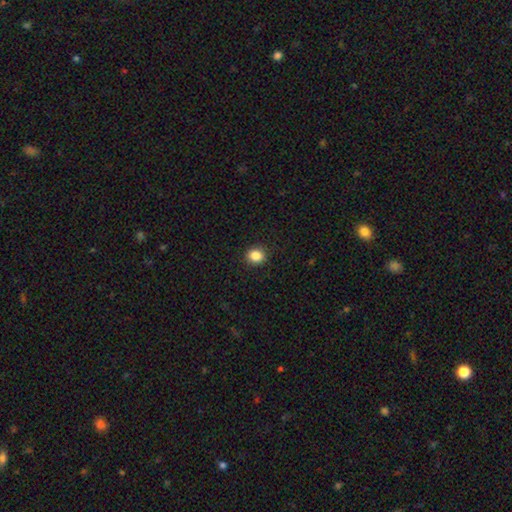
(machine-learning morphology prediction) This appears to be a smooth galaxy with no disk features (85%) that is round (75%). Merging: none (91%).